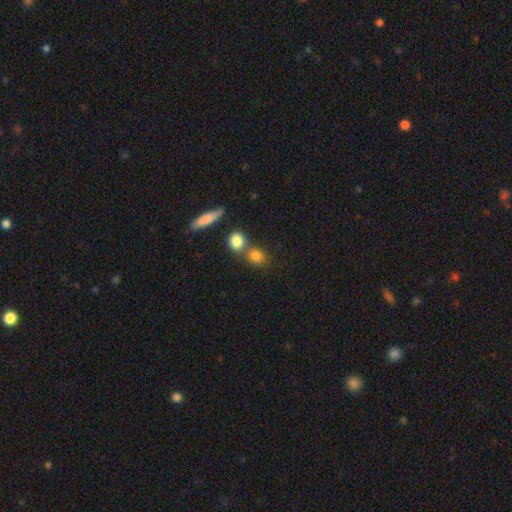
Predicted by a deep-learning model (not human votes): This appears to be a smooth galaxy with no disk features (81%) that is round (69%). Merging: none (50%).